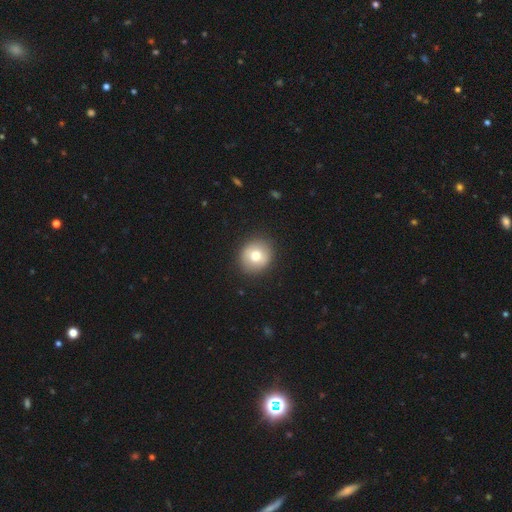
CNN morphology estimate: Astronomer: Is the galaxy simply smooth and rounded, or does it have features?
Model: smooth — 75%.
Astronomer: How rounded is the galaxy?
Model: round — 86%.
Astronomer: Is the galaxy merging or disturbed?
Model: none — 90%.